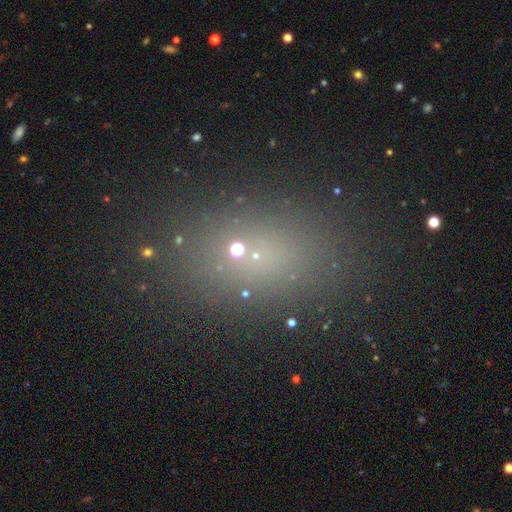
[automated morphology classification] A smooth galaxy with no disk features (51%) that is in between round and cigar-shaped (70%). Merging: none (82%).